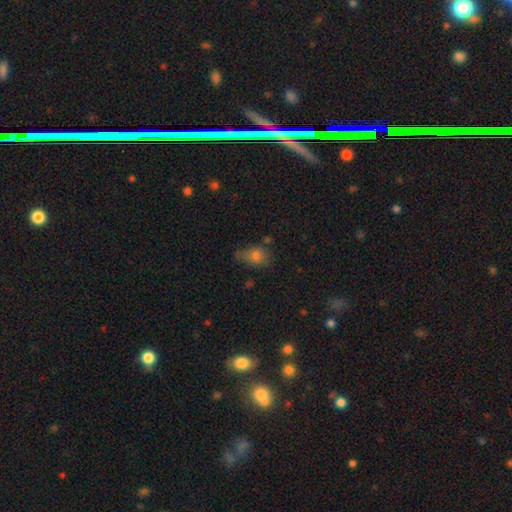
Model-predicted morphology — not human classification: smooth_or_featured: smooth (p=0.74) [alt: star or artifact p=0.13]
how_rounded: in between (p=0.69) [alt: round p=0.29]
merging: none (p=0.51) [alt: minor disturbance p=0.32]